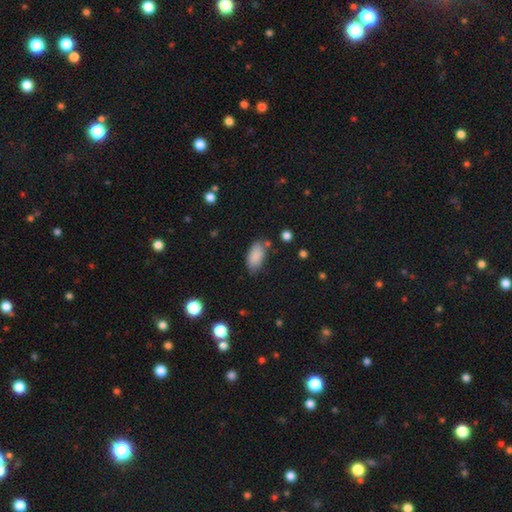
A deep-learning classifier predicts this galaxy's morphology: Smooth or featured? Predicted: smooth (p=0.87). How rounded? Predicted: in between (p=0.92). Merging? Predicted: none (p=0.73).